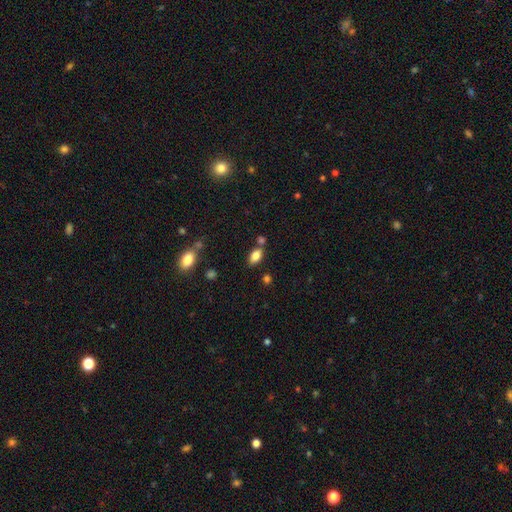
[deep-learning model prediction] Smooth or featured? Predicted: smooth (p=0.82). How rounded? Predicted: in between (p=0.90). Merging? Predicted: none (p=0.70).